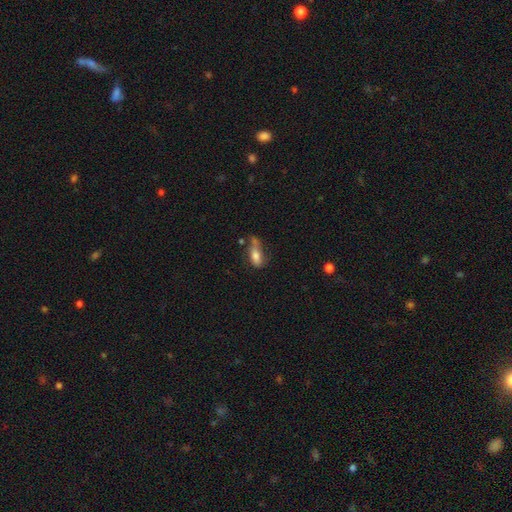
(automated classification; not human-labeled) smooth-or-featured: smooth: 69% | featured or disk: 22% | star or artifact: 9%
  how-rounded: in between: 73% | cigar-shaped: 23% | round: 4%
  merging: none: 36% | minor disturbance: 28% | major disturbance: 19% | merger: 18%